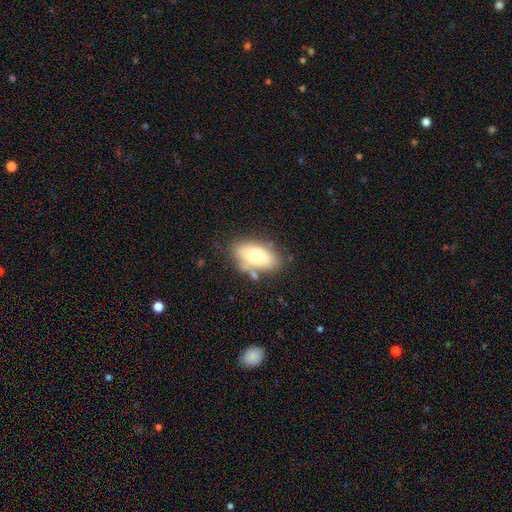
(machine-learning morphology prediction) smooth 71%, featured or disk 22%, star or artifact 8%. Down the decision tree: how rounded — in between (91%); merging — none (68%).